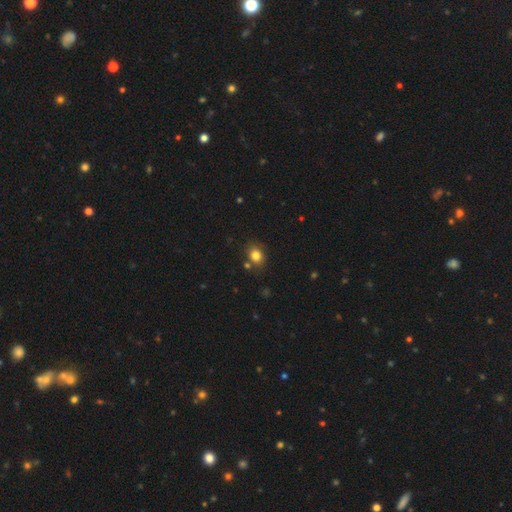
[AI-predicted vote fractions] Morphology: type=smooth (81%); roundness=round (56%); merging=none (76%).